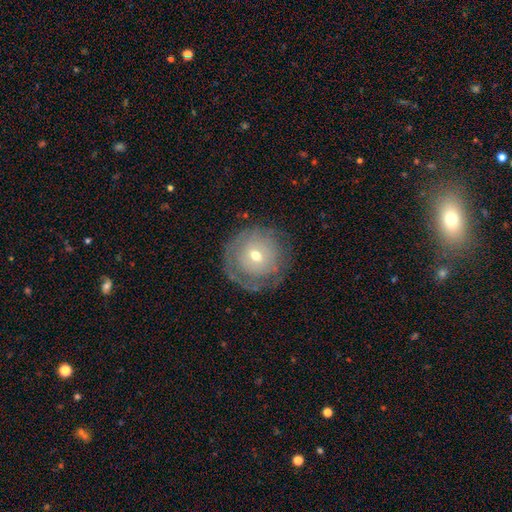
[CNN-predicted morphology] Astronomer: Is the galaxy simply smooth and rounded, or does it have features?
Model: featured or disk — 52% (runner-up: smooth, 39%).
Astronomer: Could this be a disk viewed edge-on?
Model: no — 95%.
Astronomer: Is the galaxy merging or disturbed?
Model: none — 73%.